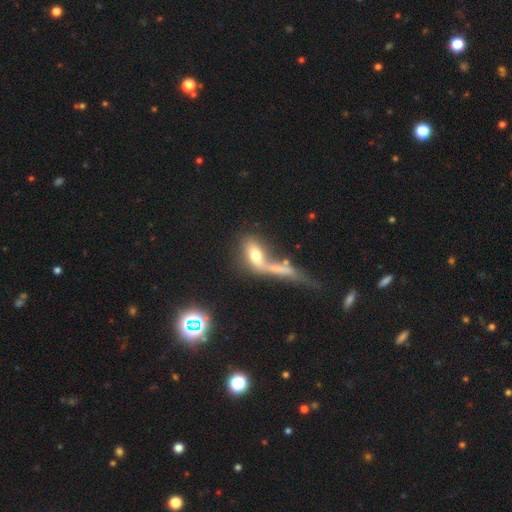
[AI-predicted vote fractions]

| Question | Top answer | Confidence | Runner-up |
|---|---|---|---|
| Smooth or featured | smooth | 59% | featured or disk (30%) |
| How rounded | in between | 67% | cigar-shaped (22%) |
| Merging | merger | 48% | none (22%) |